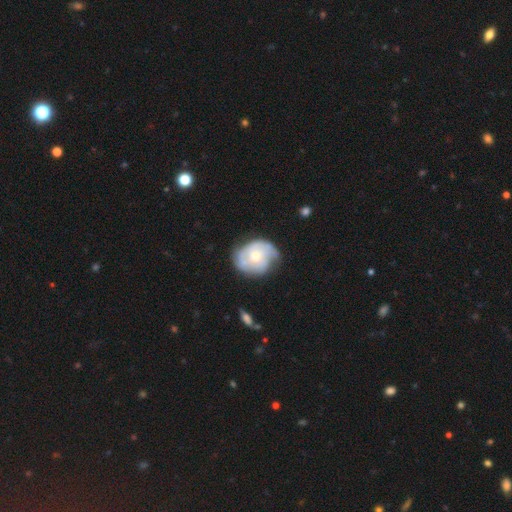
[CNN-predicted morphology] This appears to be a featured or disk galaxy (65%) with no bar (78%), spiral arms (77%) and a moderate central bulge (56%). Merging: none (55%).